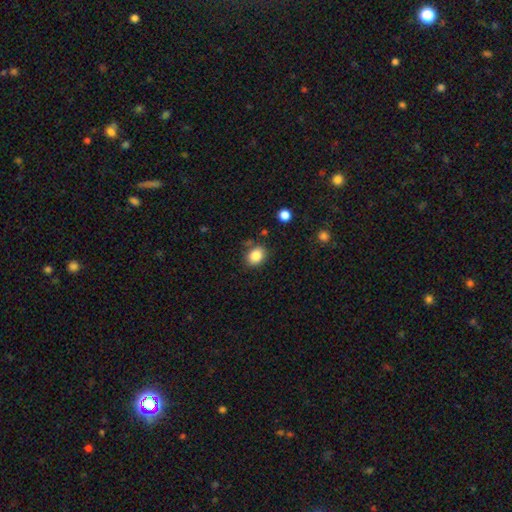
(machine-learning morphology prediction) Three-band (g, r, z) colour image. It shows a smooth galaxy with no disk features (85%) that is in between round and cigar-shaped (51%). Merging: none (80%).